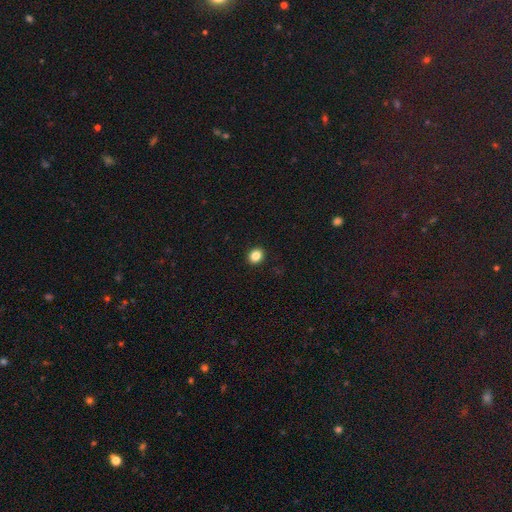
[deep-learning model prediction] Smooth or featured? Predicted: smooth (p=0.86). How rounded? Predicted: round (p=0.61). Merging? Predicted: none (p=0.92).